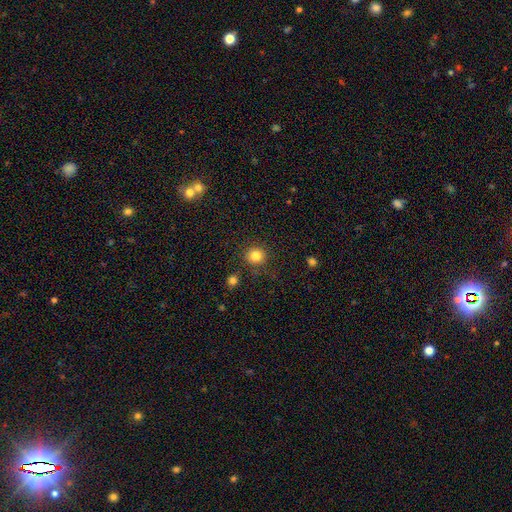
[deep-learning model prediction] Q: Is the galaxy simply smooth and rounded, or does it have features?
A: smooth — 83%.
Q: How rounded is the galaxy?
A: round — 90%.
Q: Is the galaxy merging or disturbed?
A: none — 86%.